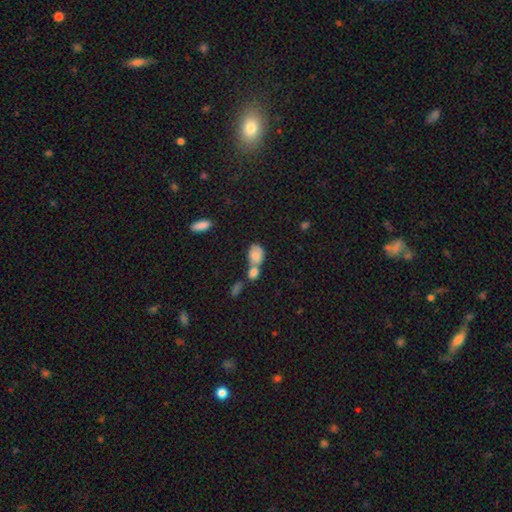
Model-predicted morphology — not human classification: Overall: smooth (77%). How rounded: in between (76%). Merging: merger (65%).